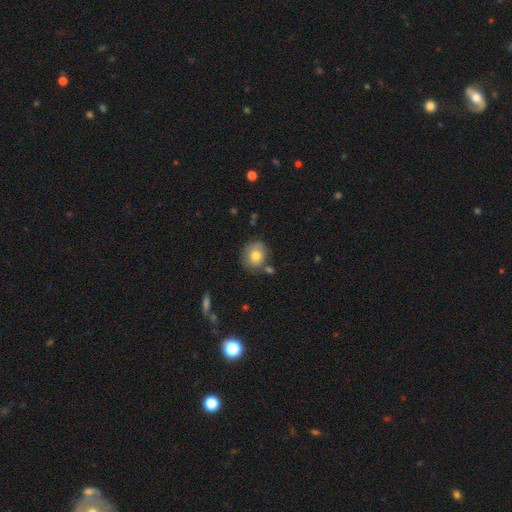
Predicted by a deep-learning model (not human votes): smooth_or_featured: smooth (p=0.76) [alt: featured or disk p=0.15]
how_rounded: round (p=0.83) [alt: in between p=0.16]
merging: none (p=0.74) [alt: minor disturbance p=0.15]